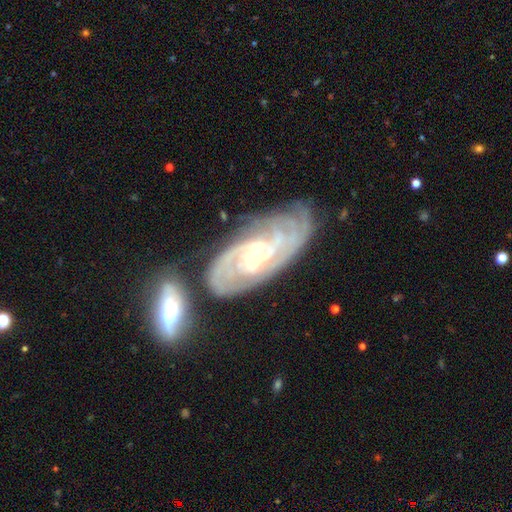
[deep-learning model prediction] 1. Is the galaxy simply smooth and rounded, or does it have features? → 89% featured or disk, 6% star or artifact, 6% smooth.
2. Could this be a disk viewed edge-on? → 94% no, 6% yes.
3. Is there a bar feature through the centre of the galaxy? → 50% no, 36% weak, 14% strong.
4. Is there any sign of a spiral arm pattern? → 97% yes, 3% no.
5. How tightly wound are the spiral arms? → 74% tight, 22% medium, 4% loose.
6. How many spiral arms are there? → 30% can't tell, 21% 3, 18% 2, 17% 4, 8% more than 4, 6% 1.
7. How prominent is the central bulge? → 54% small, 42% moderate, 2% large, 1% none, 1% dominant.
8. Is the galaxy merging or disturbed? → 62% none, 19% minor disturbance, 12% merger, 7% major disturbance.